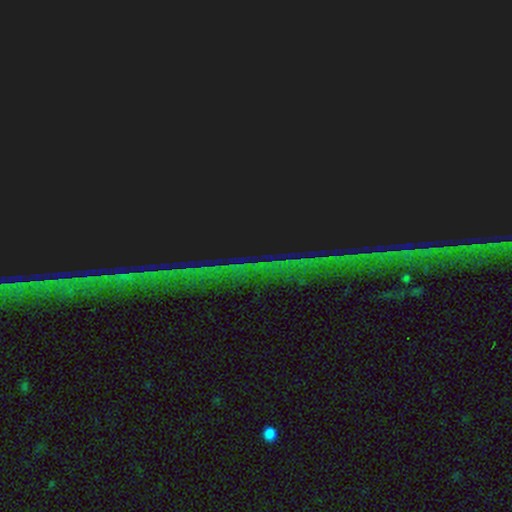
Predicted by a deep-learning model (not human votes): Smooth or featured: star or artifact — 85% (featured or disk — 8%)